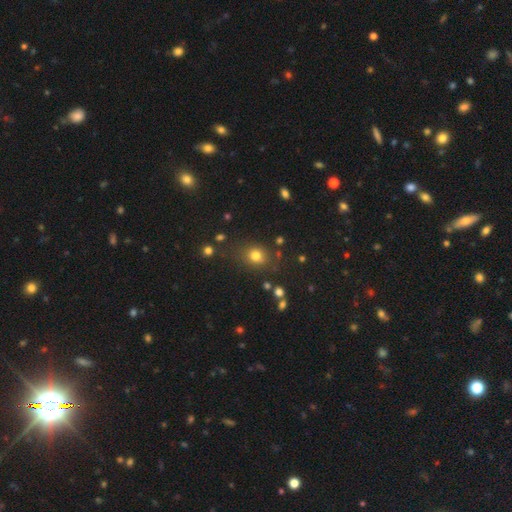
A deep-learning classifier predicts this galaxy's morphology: The model was most divided on "how rounded": round: 70%, in between: 29%, cigar-shaped: 1%. More confident: merging — none (77%); smooth or featured — smooth (77%).